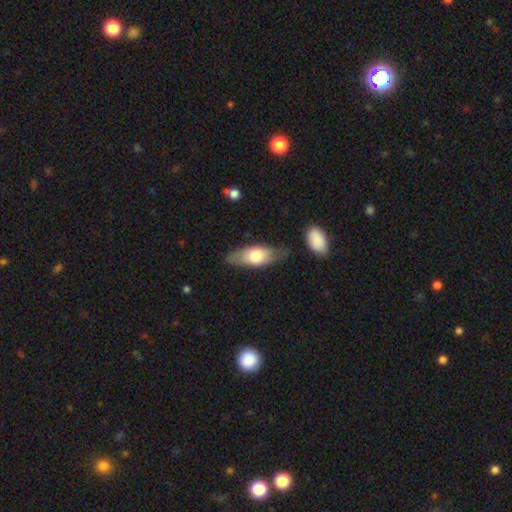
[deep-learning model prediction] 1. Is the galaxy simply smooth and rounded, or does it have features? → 63% smooth, 31% featured or disk, 6% star or artifact.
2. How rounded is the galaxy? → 73% in between, 24% cigar-shaped, 3% round.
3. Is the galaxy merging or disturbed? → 70% none, 20% minor disturbance, 6% major disturbance, 4% merger.